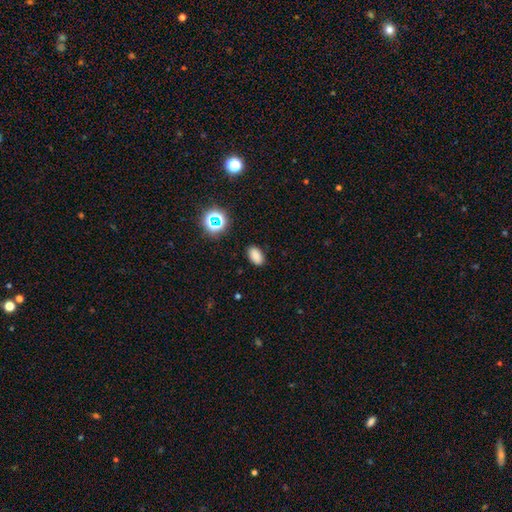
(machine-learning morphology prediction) Smooth or featured? smooth (81%)
How rounded? in between (90%)
Merging? none (87%)